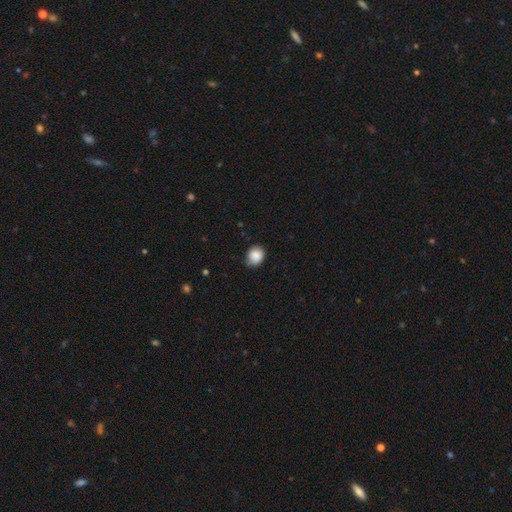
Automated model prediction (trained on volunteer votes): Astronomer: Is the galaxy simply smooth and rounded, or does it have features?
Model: smooth — 87%.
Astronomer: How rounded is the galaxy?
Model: round — 68%.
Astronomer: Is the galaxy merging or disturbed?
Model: none — 71%.